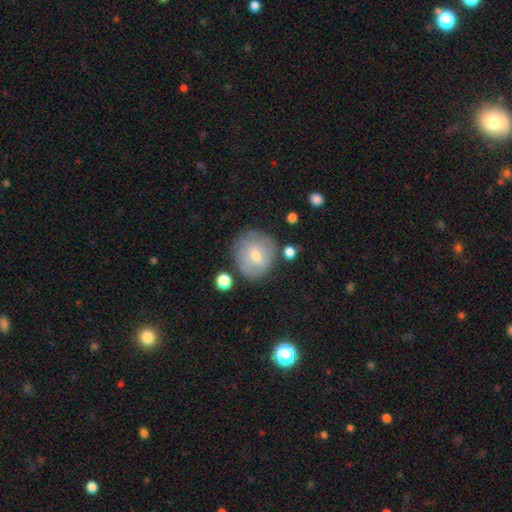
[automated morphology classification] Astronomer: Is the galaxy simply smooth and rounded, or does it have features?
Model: smooth — 52% (runner-up: featured or disk, 38%).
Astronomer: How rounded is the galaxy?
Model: round — 86%.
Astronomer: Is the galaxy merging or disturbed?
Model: none — 74%.